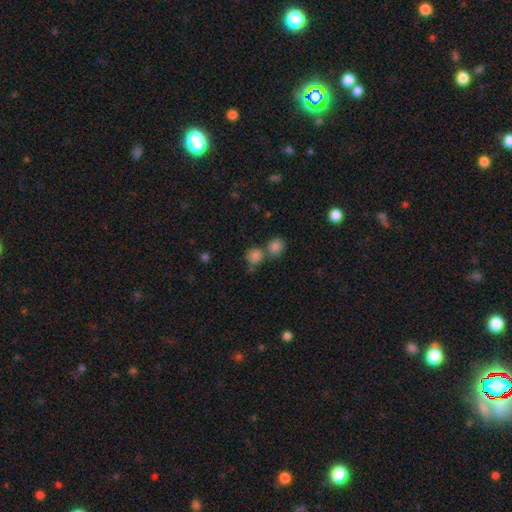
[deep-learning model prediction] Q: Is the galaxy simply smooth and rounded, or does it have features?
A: smooth — 82%.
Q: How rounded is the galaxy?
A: round — 83%.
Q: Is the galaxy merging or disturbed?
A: none — 48%.